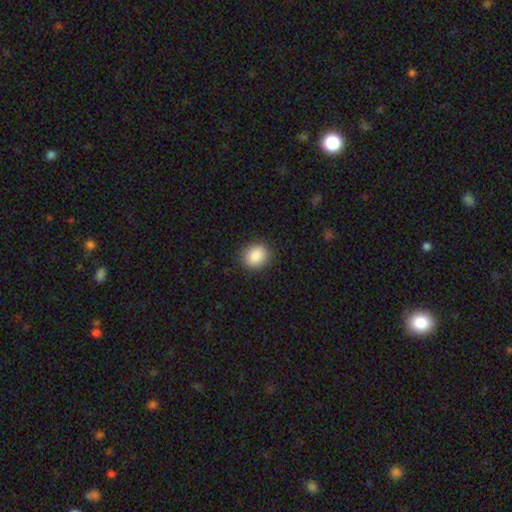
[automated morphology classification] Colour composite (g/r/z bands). It shows a smooth galaxy with no disk features (89%) that is round (63%). Merging: none (89%).